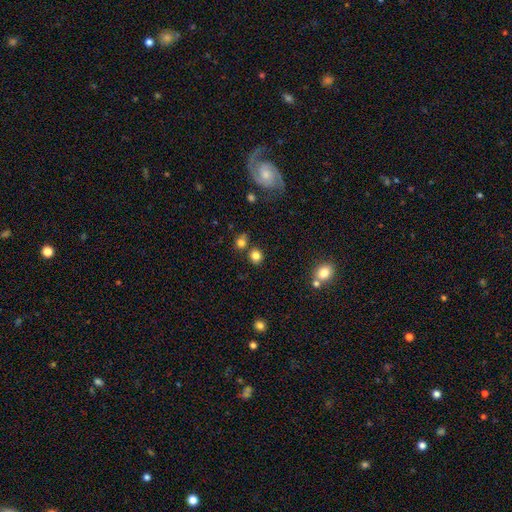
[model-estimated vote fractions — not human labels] Smooth or featured?
  - smooth: 81% *
  - star or artifact: 13%
  - featured or disk: 6%
How rounded?
  - round: 84% *
  - in between: 15%
  - cigar-shaped: 1%
Merging?
  - none: 75% *
  - merger: 13%
  - minor disturbance: 9%
  - major disturbance: 3%